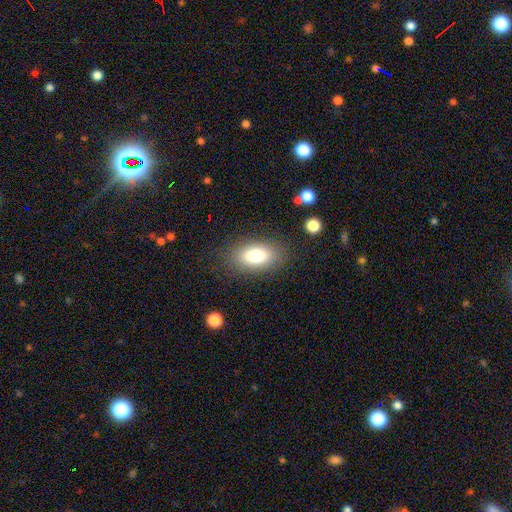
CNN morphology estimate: A smooth galaxy with no disk features (79%) that is in between round and cigar-shaped (90%).

Vote fractions:
- Smooth or featured? smooth: 79% / featured or disk: 12% / star or artifact: 9%
- How rounded? in between: 90% / round: 7% / cigar-shaped: 3%
- Merging? none: 83% / minor disturbance: 11% / major disturbance: 5% / merger: 1%